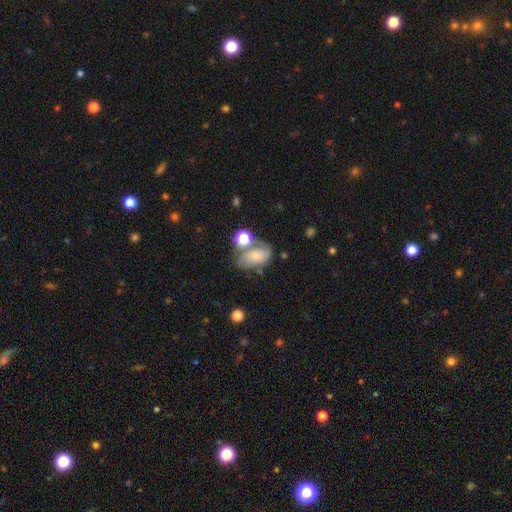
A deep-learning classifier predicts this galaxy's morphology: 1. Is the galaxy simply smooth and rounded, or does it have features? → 59% smooth, 31% featured or disk, 10% star or artifact.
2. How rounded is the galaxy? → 82% in between, 16% round, 2% cigar-shaped.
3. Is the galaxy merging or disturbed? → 40% none, 24% merger, 23% minor disturbance, 13% major disturbance.